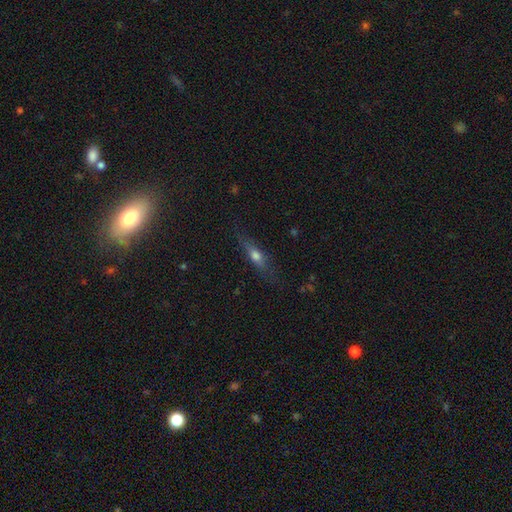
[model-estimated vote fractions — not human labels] smooth-or-featured: smooth: 47% | featured or disk: 43% | star or artifact: 10%
  merging: none: 76% | minor disturbance: 17% | major disturbance: 6% | merger: 2%